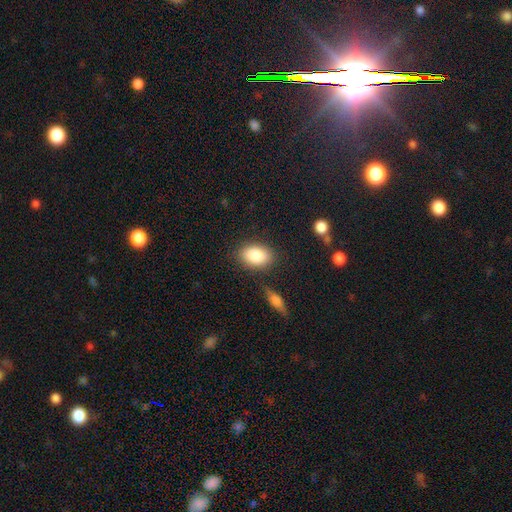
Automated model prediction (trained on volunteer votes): Morphology: type=smooth (86%); roundness=in between (87%); merging=none (81%).